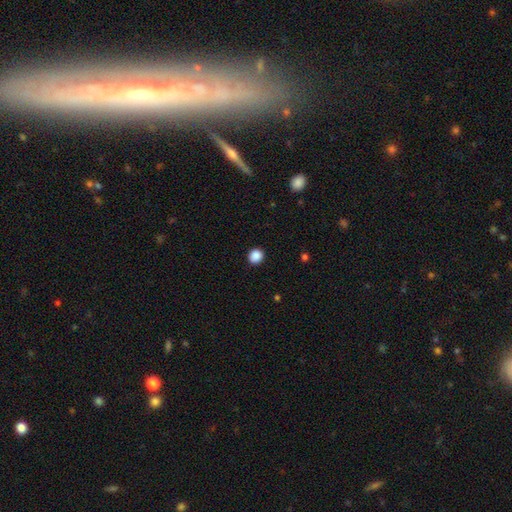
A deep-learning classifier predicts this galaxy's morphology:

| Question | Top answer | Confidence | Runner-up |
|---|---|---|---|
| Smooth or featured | smooth | 88% | star or artifact (10%) |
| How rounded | round | 82% | in between (17%) |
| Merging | none | 91% | minor disturbance (6%) |